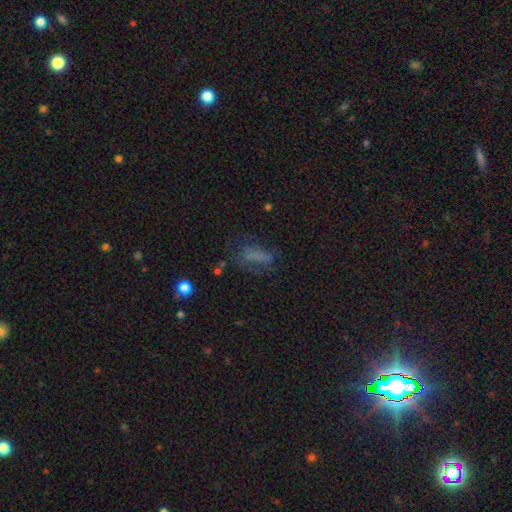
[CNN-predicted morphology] Smooth or featured: smooth — 52% (featured or disk — 25%)
How rounded: in between — 63% (cigar-shaped — 29%)
Merging: none — 48% (major disturbance — 26%)